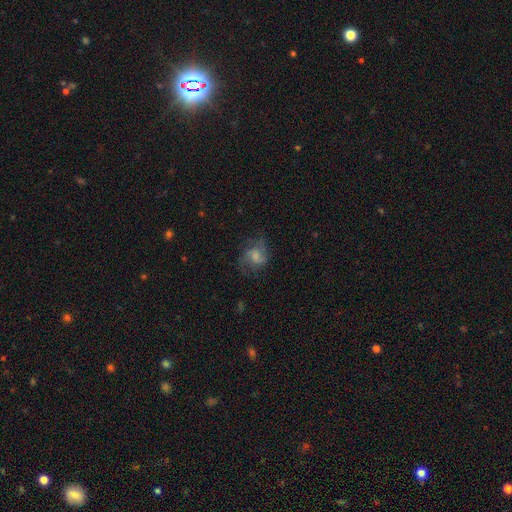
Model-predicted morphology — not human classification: Smooth or featured?
  - featured or disk: 54% *
  - smooth: 36%
  - star or artifact: 9%
Edge-on disk?
  - no: 98% *
  - yes: 2%
Bar?
  - no: 59% *
  - weak: 35%
  - strong: 6%
Spiral arms?
  - yes: 84% *
  - no: 16%
Bulge size?
  - small: 33% *
  - moderate: 32%
  - none: 23%
  - large: 10%
  - dominant: 2%
Merging?
  - none: 57% *
  - minor disturbance: 22%
  - major disturbance: 19%
  - merger: 2%